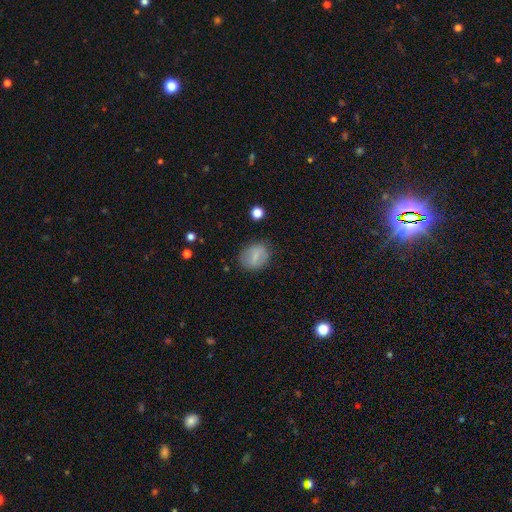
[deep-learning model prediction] This appears to be a smooth galaxy with no disk features (68%) that is in between round and cigar-shaped (55%). Merging: none (80%).